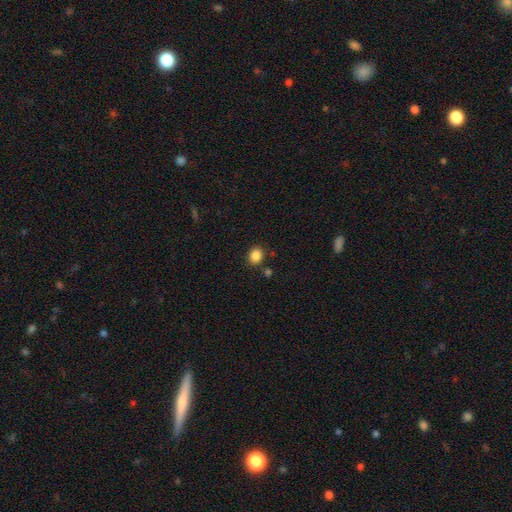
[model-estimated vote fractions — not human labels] Morphology: type=smooth (86%); roundness=round (62%); merging=none (84%).